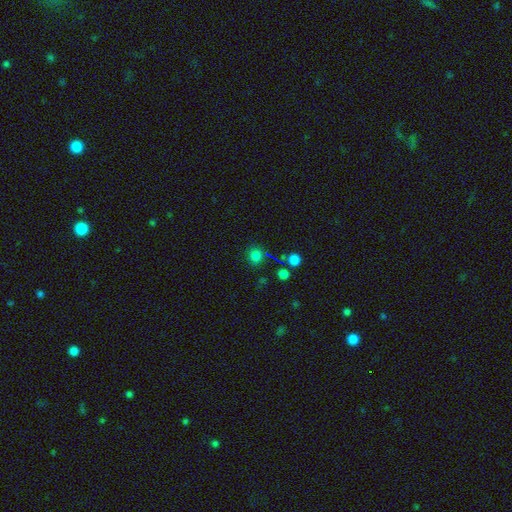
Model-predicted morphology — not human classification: This is likely a smooth galaxy (76%). How rounded: clearly round (86%). Merging: clearly none (83%).